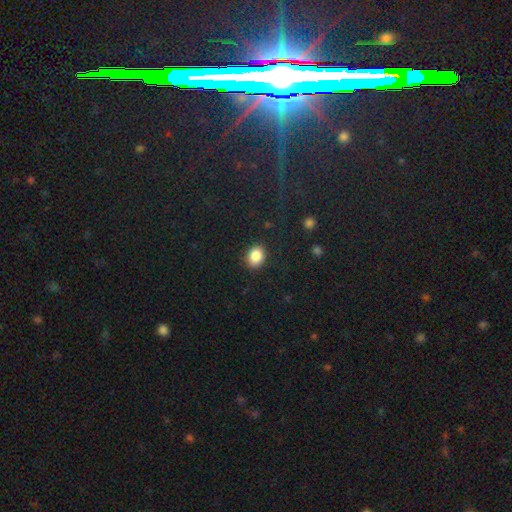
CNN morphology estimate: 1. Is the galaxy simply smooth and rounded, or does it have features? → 87% smooth, 9% star or artifact, 4% featured or disk.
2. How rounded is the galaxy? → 57% in between, 42% round, 1% cigar-shaped.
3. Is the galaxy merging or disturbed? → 85% none, 11% minor disturbance, 3% major disturbance, 1% merger.